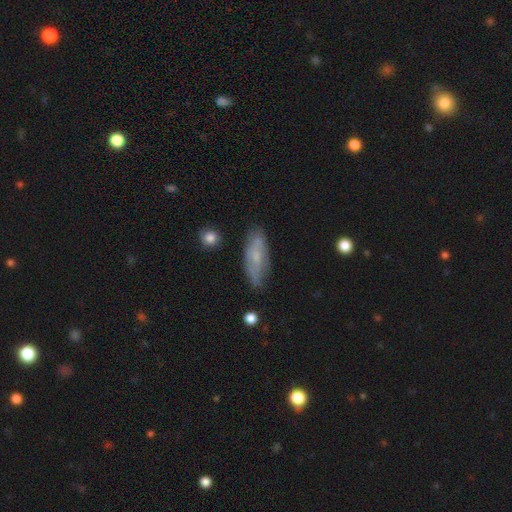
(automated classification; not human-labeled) Overall: smooth (52%; featured or disk 40%). How rounded: in between (59%; cigar-shaped 38%). Merging: none (77%).